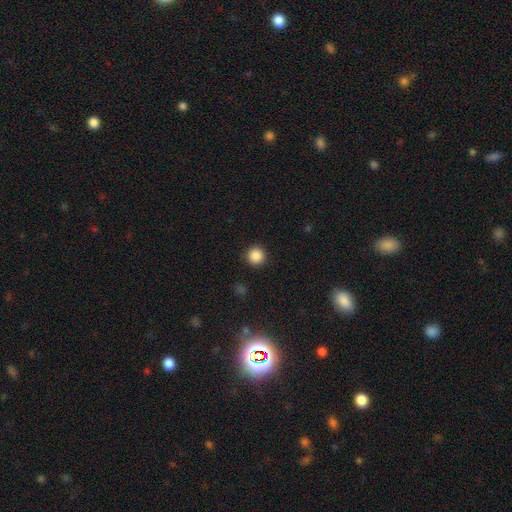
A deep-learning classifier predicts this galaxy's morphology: smooth-or-featured: smooth: 87% | star or artifact: 10% | featured or disk: 3%
  how-rounded: round: 96% | in between: 3% | cigar-shaped: 1%
  merging: none: 92% | minor disturbance: 5% | major disturbance: 2% | merger: 1%